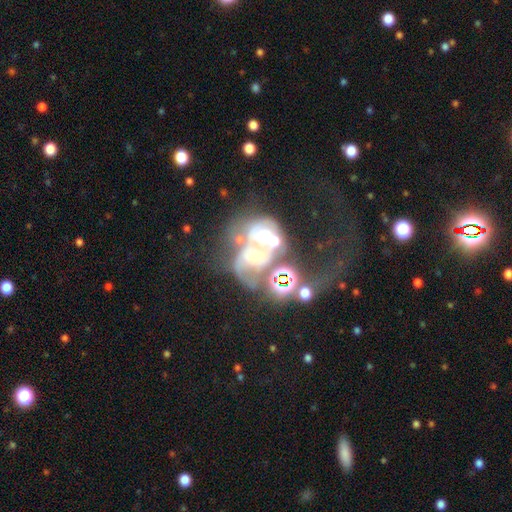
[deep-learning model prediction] Smooth or featured? featured or disk (53%)
Edge-on disk? no (97%)
Bar? no (77%)
Spiral arms? no (71%)
Bulge size? moderate (49%)
Merging? merger (57%)